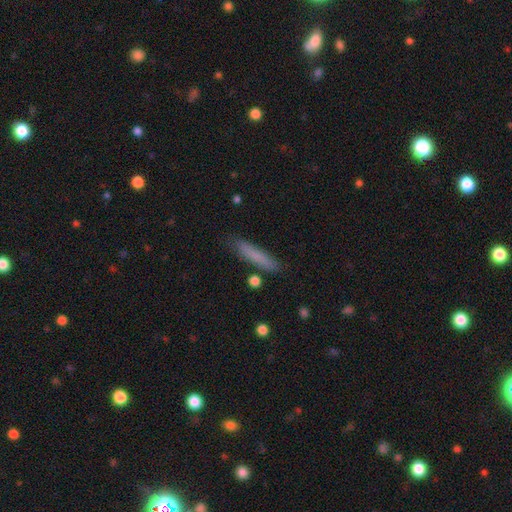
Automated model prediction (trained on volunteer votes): Smooth or featured? smooth (77%)
How rounded? cigar-shaped (90%)
Merging? none (83%)